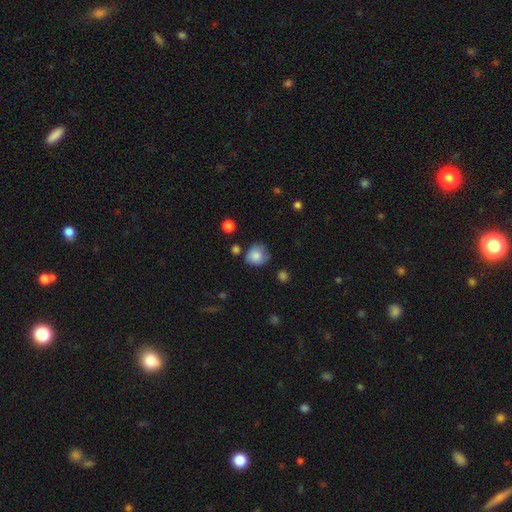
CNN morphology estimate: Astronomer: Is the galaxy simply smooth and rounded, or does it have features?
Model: smooth — 81%.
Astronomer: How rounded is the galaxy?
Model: round — 79%.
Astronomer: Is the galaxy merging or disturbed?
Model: none — 59%.